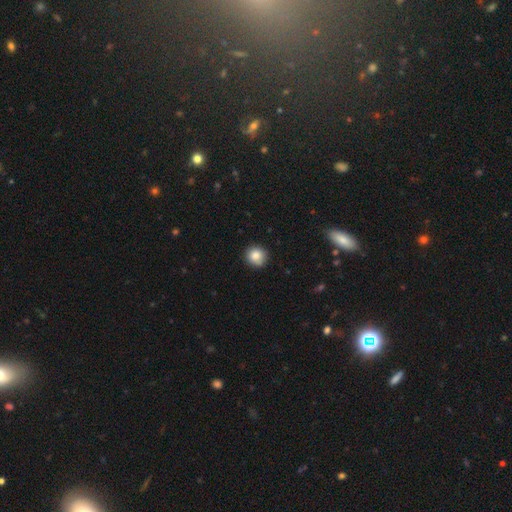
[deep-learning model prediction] Smooth or featured? Predicted: smooth (p=0.85). How rounded? Predicted: round (p=0.91). Merging? Predicted: none (p=0.86).